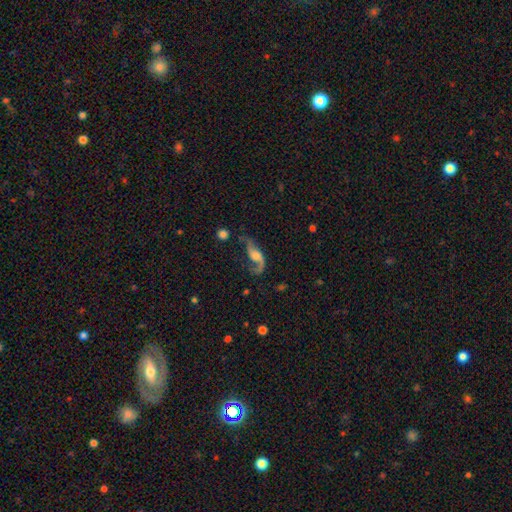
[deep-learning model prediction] smooth_or_featured: featured or disk (p=0.78) [alt: smooth p=0.15]
disk_edge_on: no (p=0.92) [alt: yes p=0.08]
bar: no (p=0.58) [alt: weak p=0.33]
has_spiral_arms: yes (p=0.93) [alt: no p=0.07]
spiral_winding: loose (p=0.73) [alt: medium p=0.22]
spiral_arm_count: 2 (p=0.76) [alt: 1 p=0.18]
bulge_size: moderate (p=0.37) [alt: small p=0.23]
merging: none (p=0.48) [alt: major disturbance p=0.26]